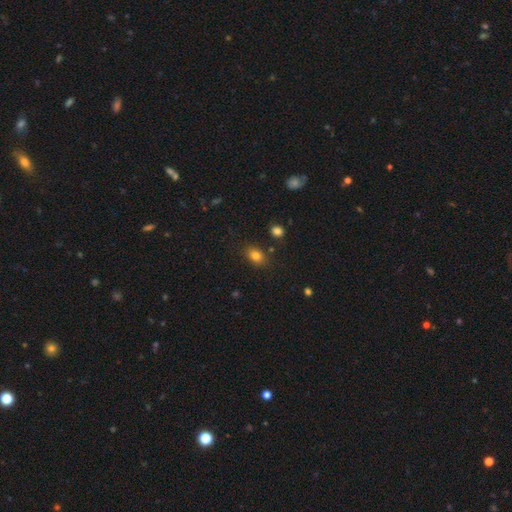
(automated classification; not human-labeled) Smooth or featured? Predicted: smooth (p=0.81). How rounded? Predicted: in between (p=0.74). Merging? Predicted: none (p=0.82).